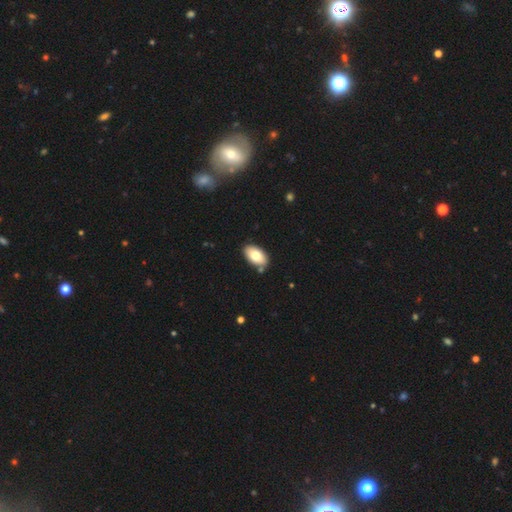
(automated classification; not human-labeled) Q: Smooth or featured?
A: smooth (77%); runner-up: featured or disk (17%)
Q: How rounded?
A: in between (94%); runner-up: round (4%)
Q: Merging?
A: none (81%); runner-up: minor disturbance (11%)